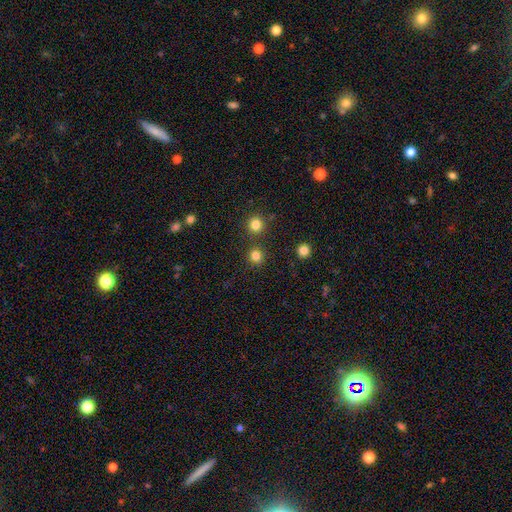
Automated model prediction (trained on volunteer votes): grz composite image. It shows a smooth galaxy with no disk features (81%) that is round (91%). Merging: none (84%).